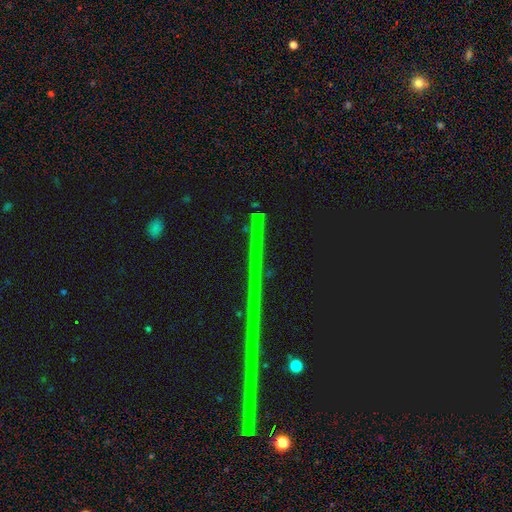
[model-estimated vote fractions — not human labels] A star or artifact, not a galaxy (83%).

Vote fractions:
- Smooth or featured? star or artifact: 83% / featured or disk: 11% / smooth: 5%